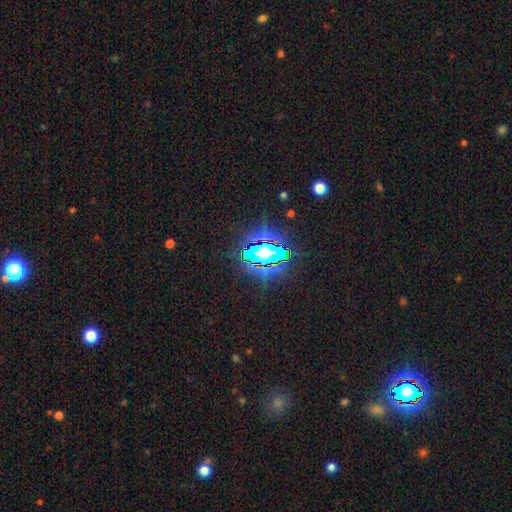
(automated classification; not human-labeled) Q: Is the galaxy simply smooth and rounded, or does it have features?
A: star or artifact — 80%.